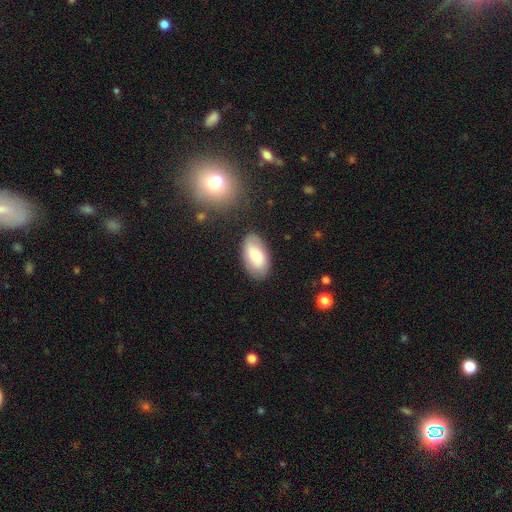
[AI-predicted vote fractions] This is likely a smooth galaxy (68%). How rounded: clearly in between (95%). Merging: likely none (80%).